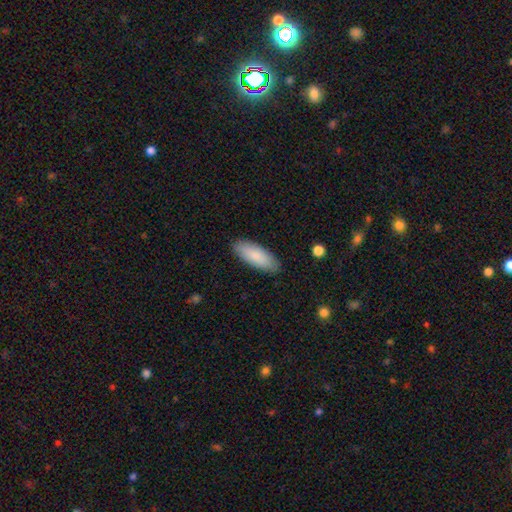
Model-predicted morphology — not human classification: Smooth or featured?
  - smooth: 87% *
  - featured or disk: 8%
  - star or artifact: 5%
How rounded?
  - in between: 74% *
  - cigar-shaped: 25%
  - round: 1%
Merging?
  - none: 88% *
  - minor disturbance: 9%
  - major disturbance: 2%
  - merger: 1%